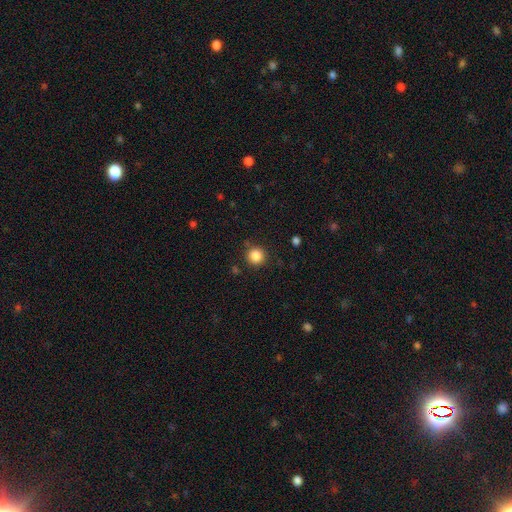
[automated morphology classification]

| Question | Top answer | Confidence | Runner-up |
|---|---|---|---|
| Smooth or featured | smooth | 86% | star or artifact (11%) |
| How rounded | round | 94% | in between (5%) |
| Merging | none | 87% | minor disturbance (8%) |